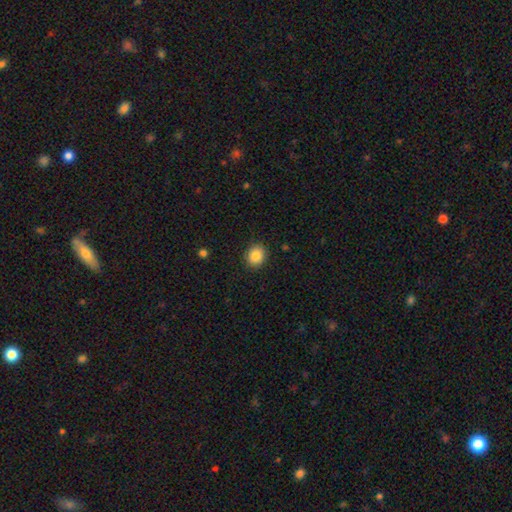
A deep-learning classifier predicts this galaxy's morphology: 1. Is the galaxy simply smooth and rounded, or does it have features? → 85% smooth, 9% star or artifact, 6% featured or disk.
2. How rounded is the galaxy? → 70% round, 29% in between, 1% cigar-shaped.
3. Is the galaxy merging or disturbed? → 90% none, 7% minor disturbance, 2% major disturbance, 1% merger.